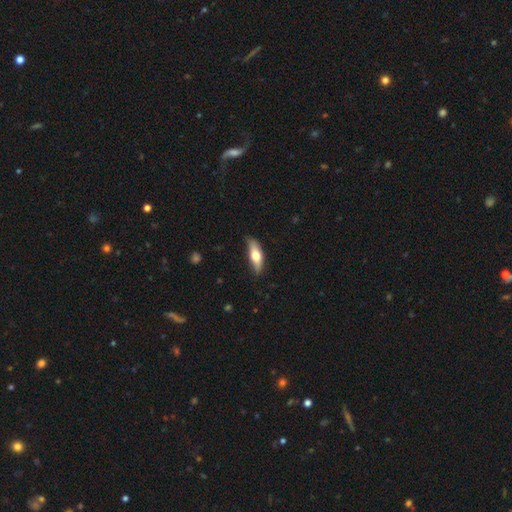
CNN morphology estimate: A smooth galaxy with no disk features (59%) that is in between round and cigar-shaped (54%). Merging: none (77%).